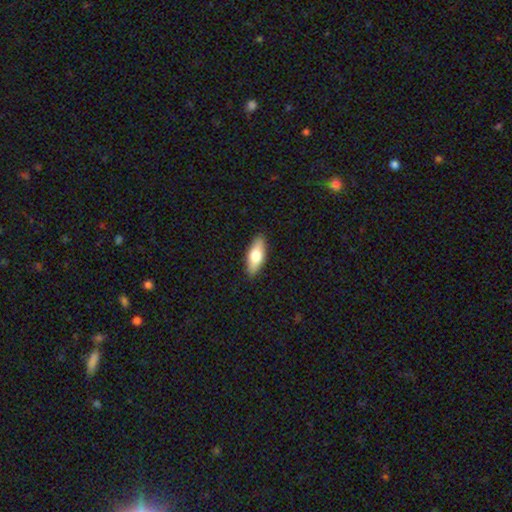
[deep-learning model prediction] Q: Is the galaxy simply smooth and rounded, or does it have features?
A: smooth — 69%.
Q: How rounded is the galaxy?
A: in between — 72%.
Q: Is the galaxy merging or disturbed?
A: none — 89%.